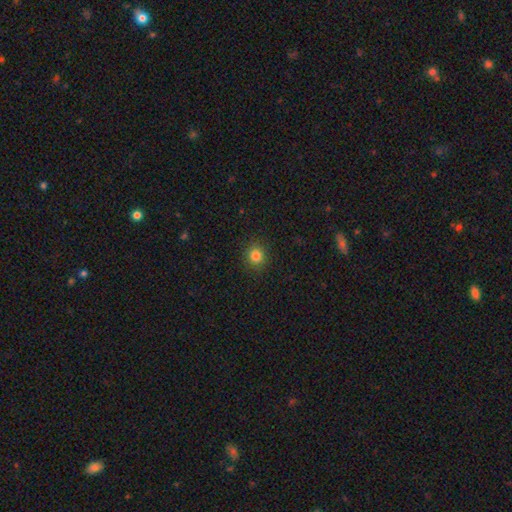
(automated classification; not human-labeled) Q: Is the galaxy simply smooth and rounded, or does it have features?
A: smooth — 83%.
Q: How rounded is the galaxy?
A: round — 89%.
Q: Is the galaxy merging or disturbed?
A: none — 90%.